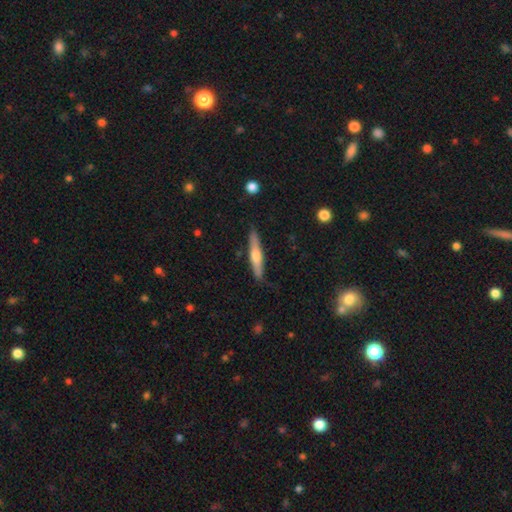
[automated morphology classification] This is possibly a featured or disk galaxy (50%). It is clearly viewed edge-on (94%). Merging: clearly none (85%).